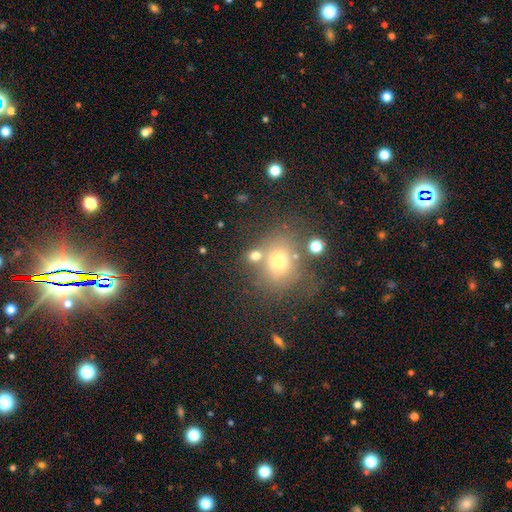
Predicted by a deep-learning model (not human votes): This appears to be a smooth galaxy with no disk features (68%) that is round (68%). Merging: none (58%).